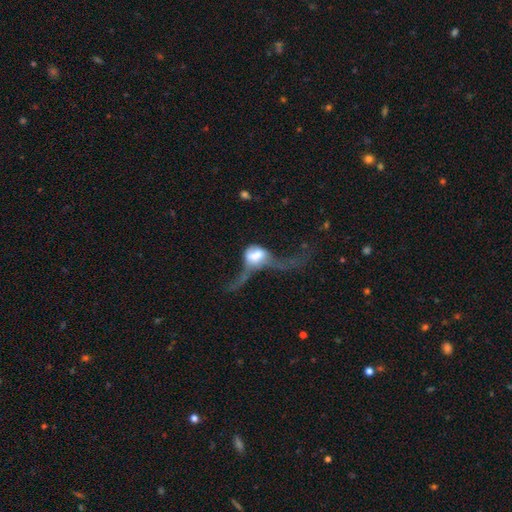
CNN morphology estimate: This appears to be a featured or disk galaxy (51%). Merging: major disturbance (56%).